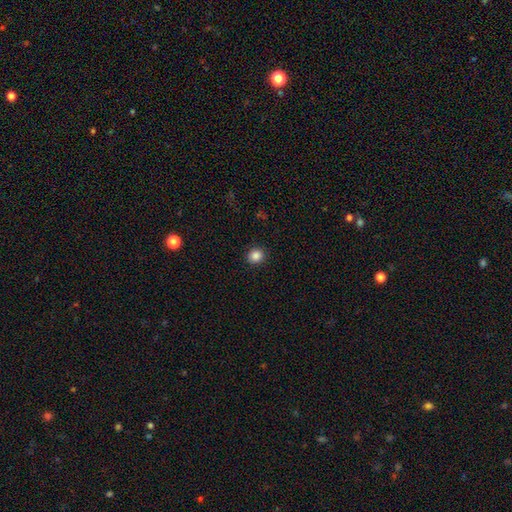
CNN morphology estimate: smooth_or_featured: smooth (p=0.86) [alt: star or artifact p=0.10]
how_rounded: round (p=0.83) [alt: in between p=0.16]
merging: none (p=0.91) [alt: minor disturbance p=0.06]